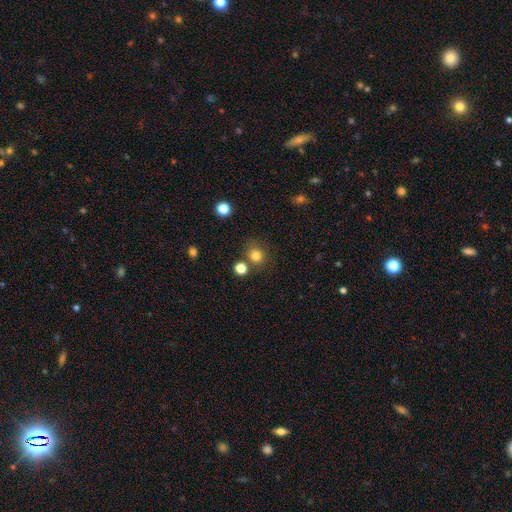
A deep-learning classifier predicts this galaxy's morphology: Overall: smooth (80%). How rounded: round (87%). Merging: none (75%).